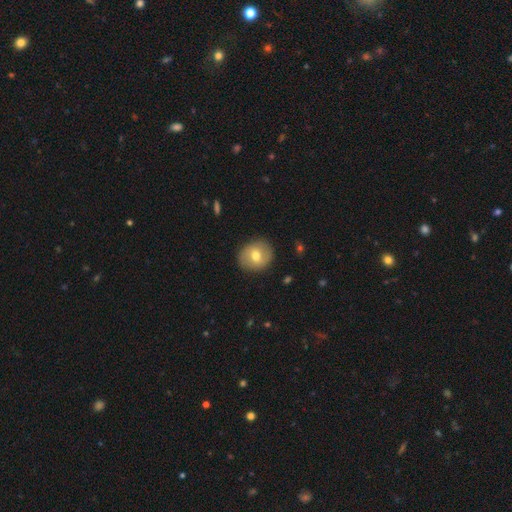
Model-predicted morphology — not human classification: A smooth galaxy with no disk features (56%) that is round (76%). Merging: none (87%).